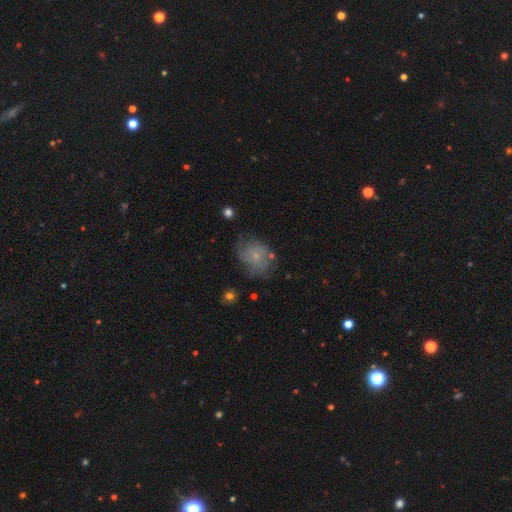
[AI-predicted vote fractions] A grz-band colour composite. It shows a smooth galaxy with no disk features (54%) that is round (51%). Merging: none (56%).